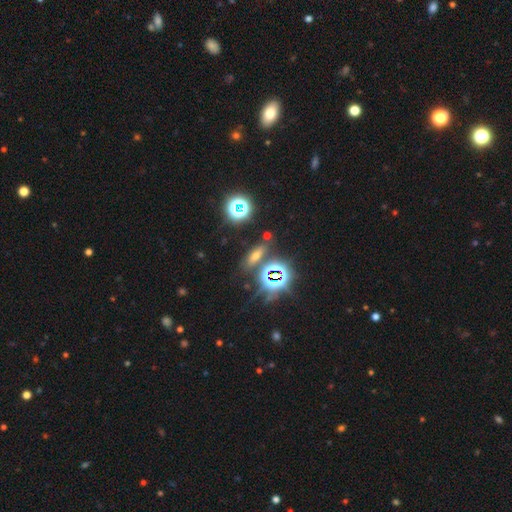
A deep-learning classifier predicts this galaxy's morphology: Smooth or featured: smooth — 43% (star or artifact — 41%)
Merging: none — 78% (minor disturbance — 10%)